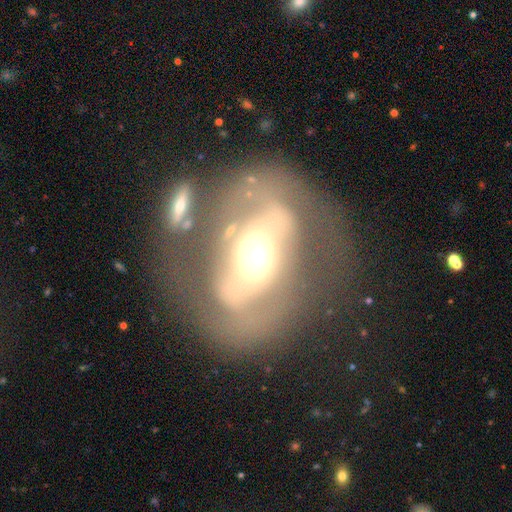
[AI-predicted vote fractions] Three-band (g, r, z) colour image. It shows a featured or disk galaxy (75%) with a strong bar (44%), spiral arms (60%) and a moderate central bulge (48%). Merging: none (57%).